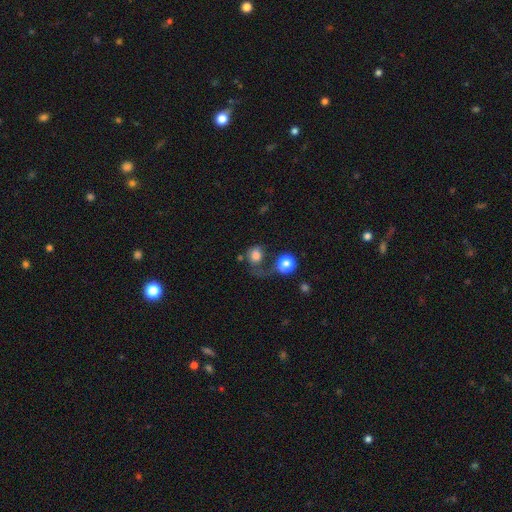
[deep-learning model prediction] Morphology: type=smooth (77%); roundness=round (69%); merging=none (34%).